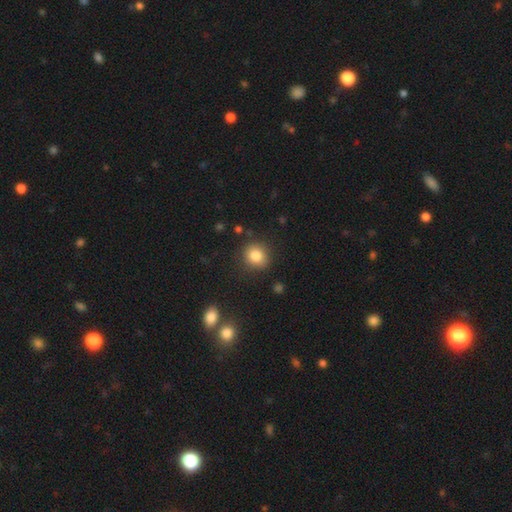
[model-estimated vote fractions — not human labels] Smooth or featured?
  - smooth: 83% *
  - star or artifact: 10%
  - featured or disk: 6%
How rounded?
  - round: 85% *
  - in between: 14%
  - cigar-shaped: 1%
Merging?
  - none: 86% *
  - minor disturbance: 9%
  - major disturbance: 3%
  - merger: 2%